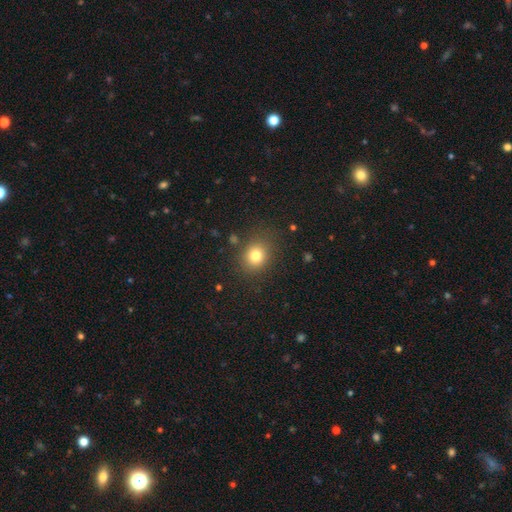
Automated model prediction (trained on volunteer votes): Smooth or featured? Predicted: smooth (p=0.79). How rounded? Predicted: round (p=0.67). Merging? Predicted: none (p=0.83).